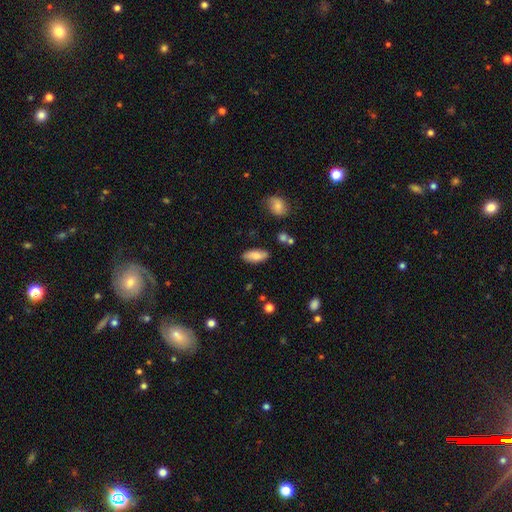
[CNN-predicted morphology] Overall: smooth (79%). How rounded: in between (86%). Merging: none (82%).